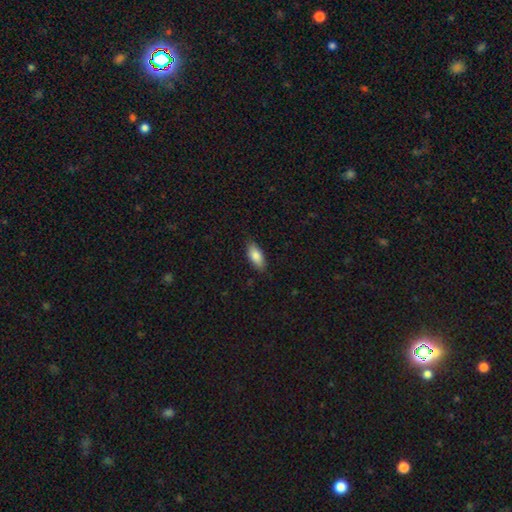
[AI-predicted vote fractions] A smooth galaxy with no disk features (83%) that is in between round and cigar-shaped (83%).

Vote fractions:
- Smooth or featured? smooth: 83% / featured or disk: 11% / star or artifact: 6%
- How rounded? in between: 83% / cigar-shaped: 15% / round: 2%
- Merging? none: 84% / minor disturbance: 13% / major disturbance: 2% / merger: 1%